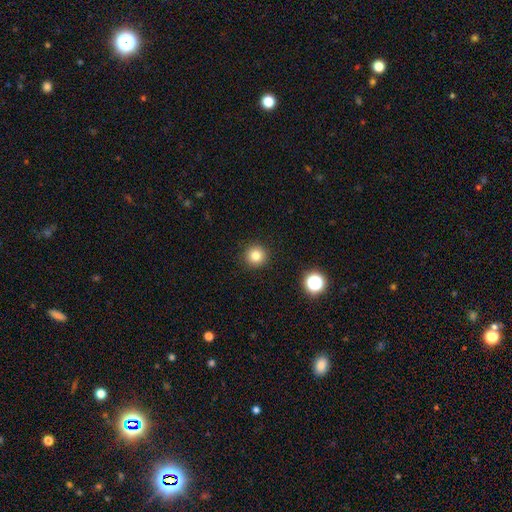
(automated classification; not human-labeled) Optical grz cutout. It shows a smooth galaxy with no disk features (82%) that is round (95%). Merging: none (92%).